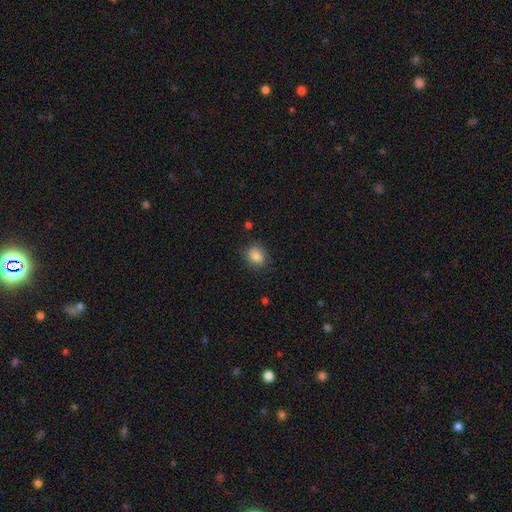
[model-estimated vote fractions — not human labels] smooth 86%, star or artifact 9%, featured or disk 4%. Down the decision tree: how rounded — round (50%); merging — none (84%).